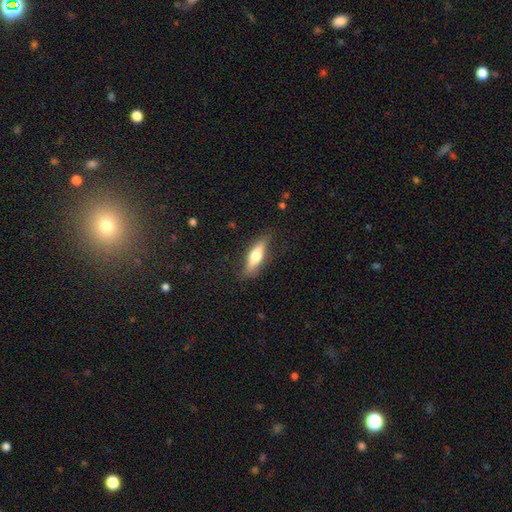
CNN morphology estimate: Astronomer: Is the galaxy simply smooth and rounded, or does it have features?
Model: smooth — 58% (runner-up: featured or disk, 36%).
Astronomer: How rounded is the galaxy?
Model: cigar-shaped — 55% (runner-up: in between, 42%).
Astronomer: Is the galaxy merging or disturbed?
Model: none — 79%.